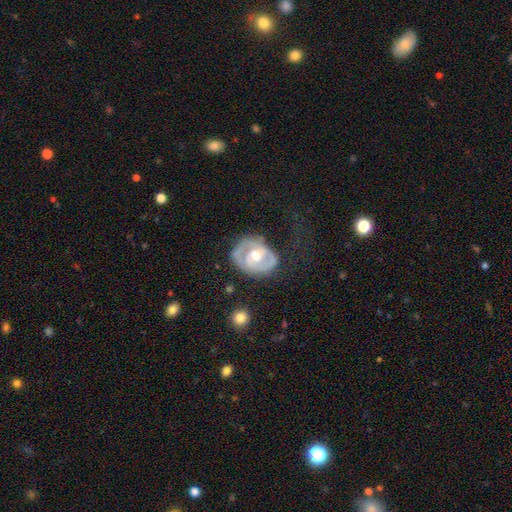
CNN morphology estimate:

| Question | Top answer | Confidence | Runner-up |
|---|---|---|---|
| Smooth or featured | featured or disk | 71% | smooth (23%) |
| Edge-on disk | no | 96% | yes (4%) |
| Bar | no | 63% | weak (30%) |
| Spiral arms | yes | 62% | no (38%) |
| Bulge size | moderate | 71% | large (16%) |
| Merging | none | 56% | minor disturbance (26%) |